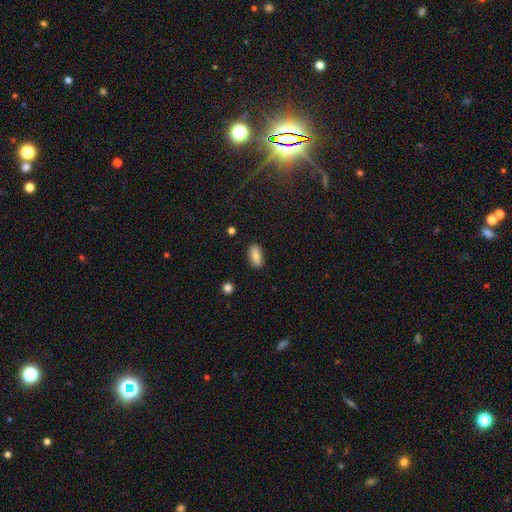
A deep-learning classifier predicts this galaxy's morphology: This is likely a smooth galaxy (79%). How rounded: clearly in between (84%). Merging: clearly none (85%).